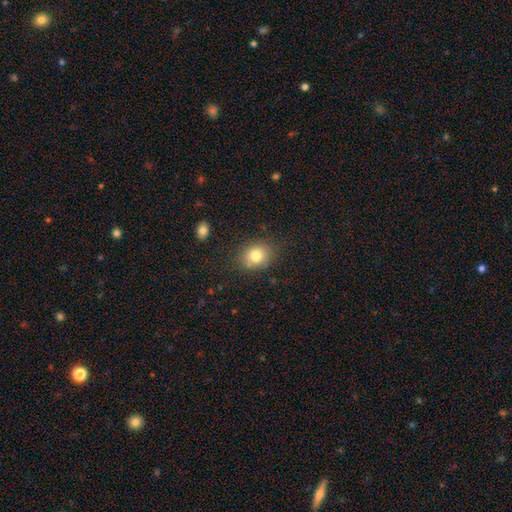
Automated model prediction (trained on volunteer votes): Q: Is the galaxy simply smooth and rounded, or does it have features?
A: smooth — 80%.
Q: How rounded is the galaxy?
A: round — 60%.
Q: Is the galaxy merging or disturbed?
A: none — 77%.